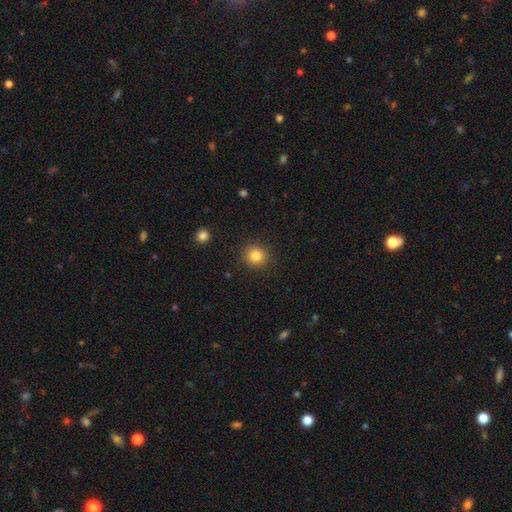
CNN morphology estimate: This appears to be a smooth galaxy with no disk features (84%) that is round (91%). Merging: none (90%).